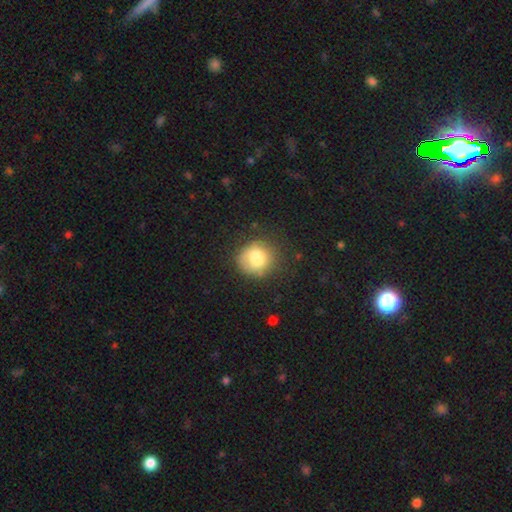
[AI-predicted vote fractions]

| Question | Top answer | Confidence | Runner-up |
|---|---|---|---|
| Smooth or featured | smooth | 78% | featured or disk (13%) |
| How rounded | round | 82% | in between (17%) |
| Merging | none | 67% | minor disturbance (21%) |